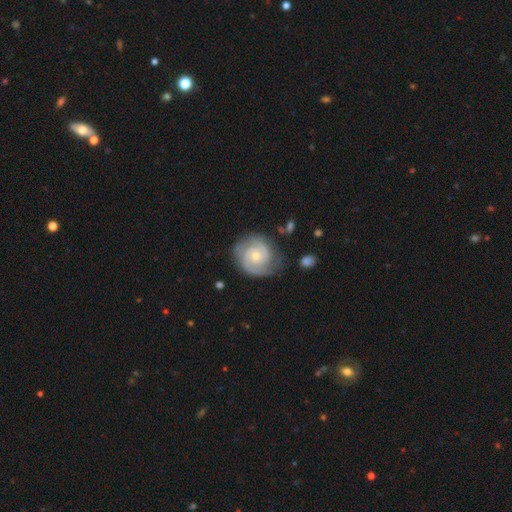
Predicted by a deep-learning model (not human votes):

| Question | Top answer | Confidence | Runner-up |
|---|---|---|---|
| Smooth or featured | featured or disk | 85% | smooth (10%) |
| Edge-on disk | no | 98% | yes (2%) |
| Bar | no | 72% | weak (24%) |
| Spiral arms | yes | 97% | no (3%) |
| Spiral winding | tight | 60% | medium (34%) |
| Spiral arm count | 2 | 58% | 3 (19%) |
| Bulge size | small | 62% | moderate (35%) |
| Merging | none | 74% | minor disturbance (17%) |